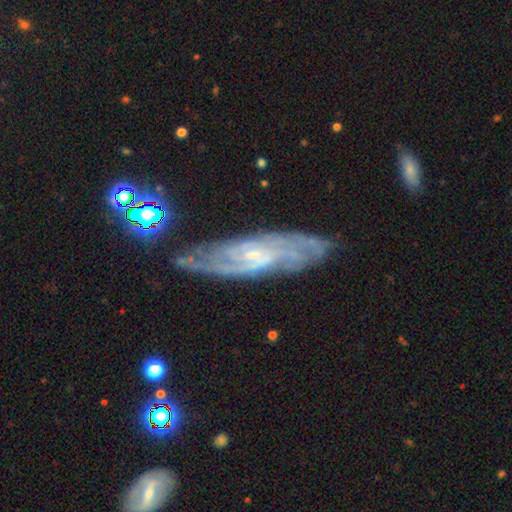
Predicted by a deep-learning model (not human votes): featured or disk 82%, smooth 10%, star or artifact 8%. Down the decision tree: edge-on disk — no (81%); bar — no (48%); spiral arms — yes (95%); spiral arm count — can't tell (36%); spiral winding — tight (52%); bulge size — small (76%); merging — none (78%).